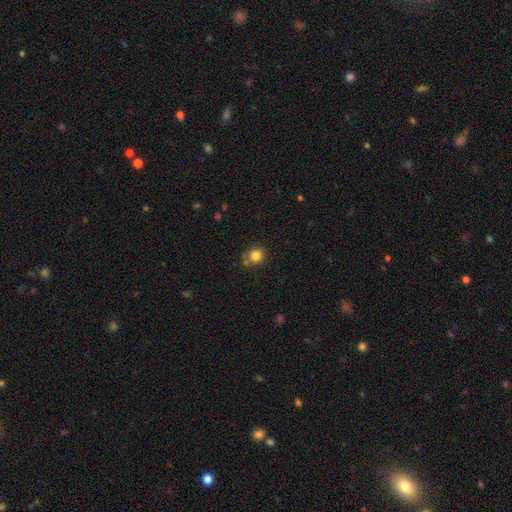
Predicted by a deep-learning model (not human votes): Morphology: type=smooth (82%); roundness=round (89%); merging=none (71%).